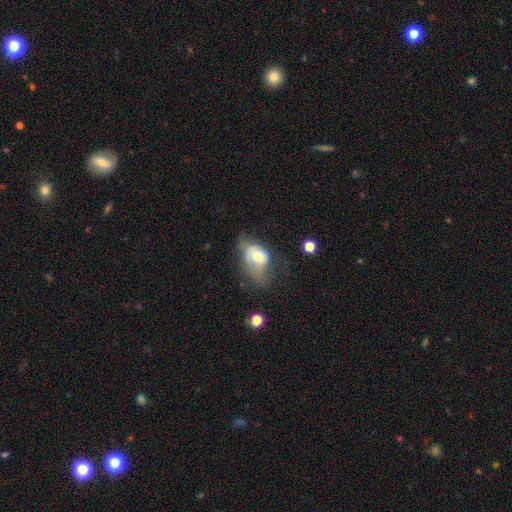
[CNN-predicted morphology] A smooth galaxy with no disk features (59%) that is in between round and cigar-shaped (80%).

Vote fractions:
- Smooth or featured? smooth: 59% / featured or disk: 32% / star or artifact: 9%
- How rounded? in between: 80% / round: 19% / cigar-shaped: 2%
- Merging? major disturbance: 45% / minor disturbance: 30% / none: 20% / merger: 5%